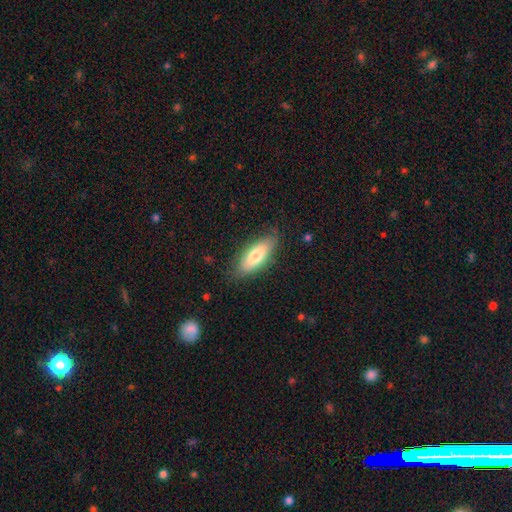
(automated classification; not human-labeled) smooth_or_featured: smooth (p=0.71) [alt: featured or disk p=0.23]
how_rounded: in between (p=0.69) [alt: cigar-shaped p=0.29]
merging: none (p=0.79) [alt: minor disturbance p=0.16]